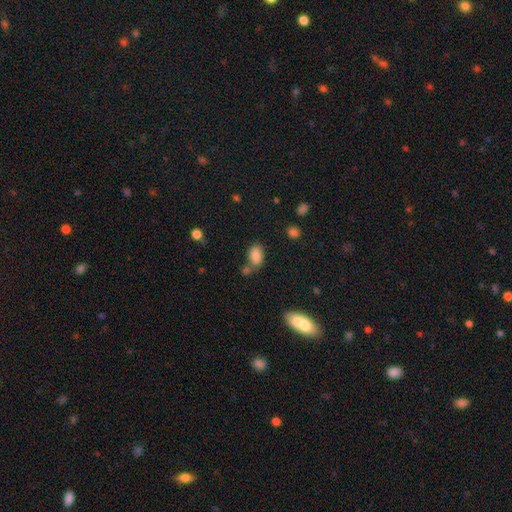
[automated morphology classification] smooth_or_featured: smooth (p=0.84) [alt: star or artifact p=0.09]
how_rounded: in between (p=0.89) [alt: round p=0.09]
merging: none (p=0.57) [alt: merger p=0.21]